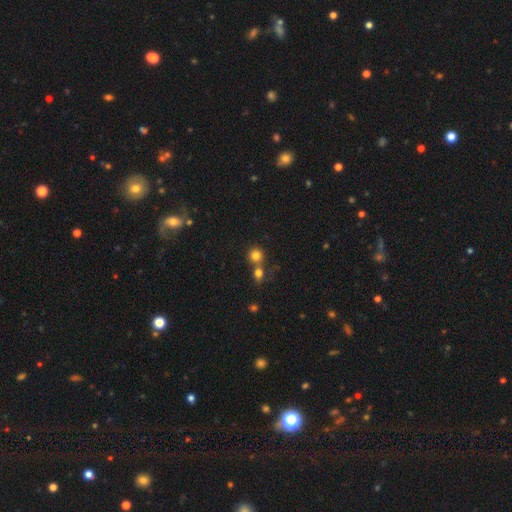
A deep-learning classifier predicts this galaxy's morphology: Smooth or featured?
  - smooth: 81% *
  - star or artifact: 13%
  - featured or disk: 7%
How rounded?
  - round: 89% *
  - in between: 10%
  - cigar-shaped: 1%
Merging?
  - none: 55% *
  - merger: 35%
  - minor disturbance: 7%
  - major disturbance: 3%